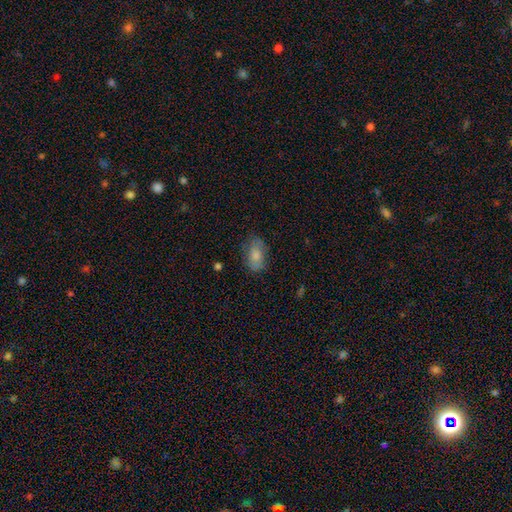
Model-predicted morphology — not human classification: smooth 78%, featured or disk 15%, star or artifact 7%. Down the decision tree: how rounded — in between (90%); merging — none (74%).